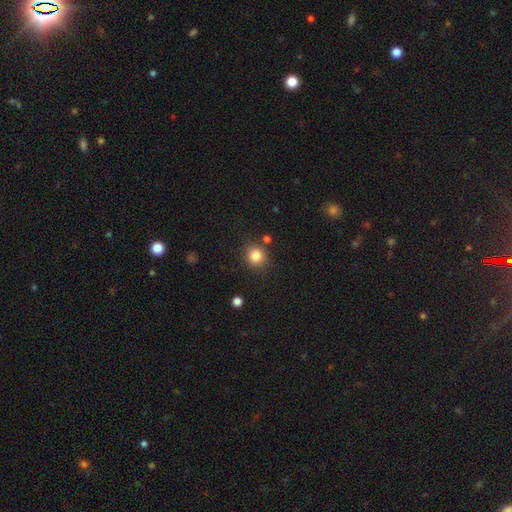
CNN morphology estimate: A smooth galaxy with no disk features (82%) that is round (88%).

Vote fractions:
- Smooth or featured? smooth: 82% / star or artifact: 12% / featured or disk: 6%
- How rounded? round: 88% / in between: 11% / cigar-shaped: 1%
- Merging? none: 84% / minor disturbance: 8% / merger: 5% / major disturbance: 3%